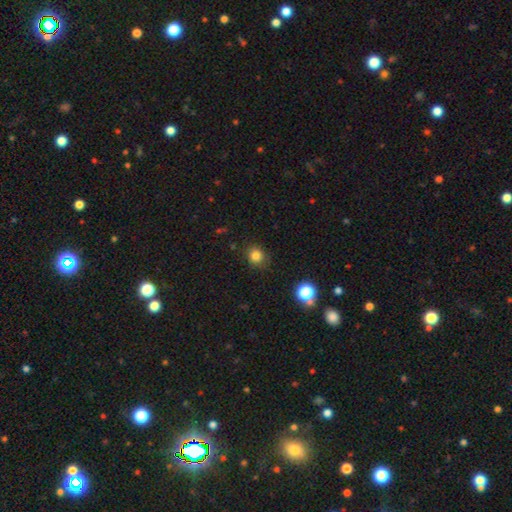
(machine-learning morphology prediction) smooth_or_featured: smooth (p=0.82) [alt: star or artifact p=0.13]
how_rounded: round (p=0.82) [alt: in between p=0.17]
merging: none (p=0.85) [alt: minor disturbance p=0.11]